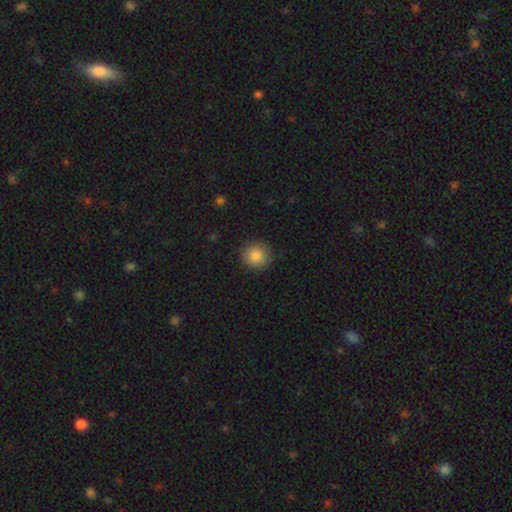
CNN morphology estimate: smooth_or_featured: smooth (p=0.85) [alt: star or artifact p=0.09]
how_rounded: round (p=0.92) [alt: in between p=0.07]
merging: none (p=0.88) [alt: minor disturbance p=0.08]